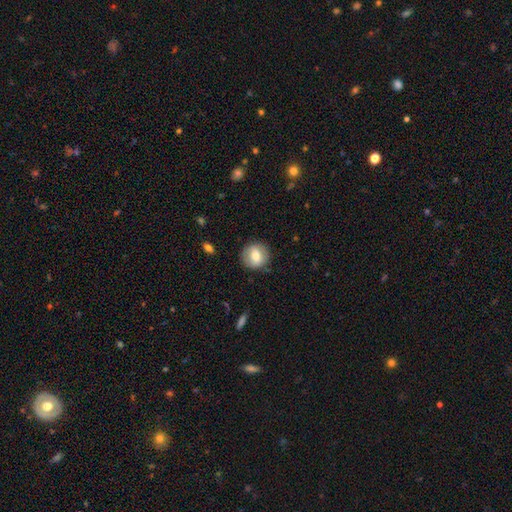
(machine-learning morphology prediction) A smooth galaxy with no disk features (69%) that is round (86%). Merging: none (86%).